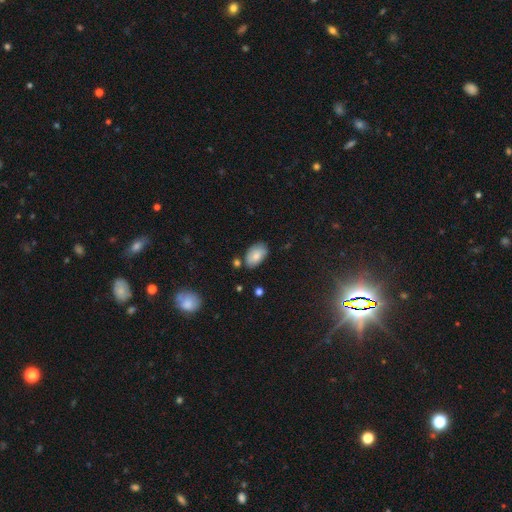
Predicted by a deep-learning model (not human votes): Overall: smooth (78%). How rounded: in between (93%). Merging: none (69%).